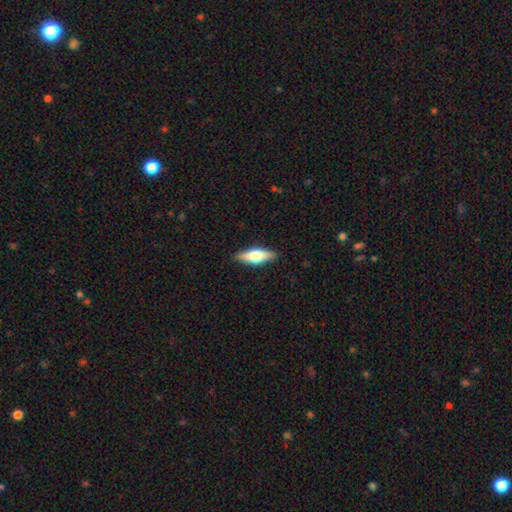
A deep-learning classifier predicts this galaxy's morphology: The model was most divided on "smooth or featured": smooth: 53%, featured or disk: 41%, star or artifact: 6%. More confident: merging — none (88%); how rounded — in between (62%).